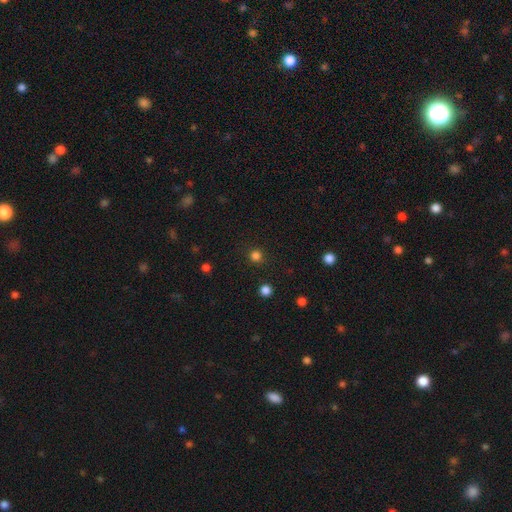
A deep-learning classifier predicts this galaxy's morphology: Smooth or featured?
  - smooth: 81% *
  - star or artifact: 16%
  - featured or disk: 3%
How rounded?
  - round: 95% *
  - in between: 4%
  - cigar-shaped: 1%
Merging?
  - none: 90% *
  - minor disturbance: 6%
  - major disturbance: 2%
  - merger: 2%